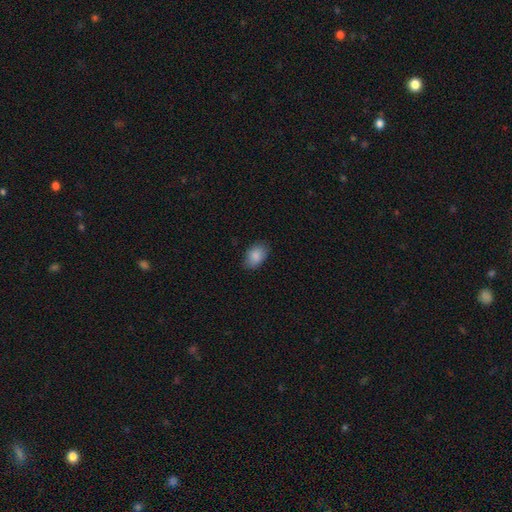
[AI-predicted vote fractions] Q: Smooth or featured?
A: smooth (87%); runner-up: star or artifact (7%)
Q: How rounded?
A: in between (88%); runner-up: round (11%)
Q: Merging?
A: none (81%); runner-up: minor disturbance (16%)